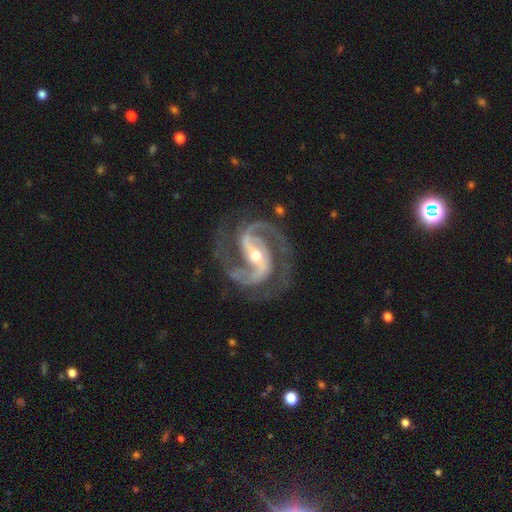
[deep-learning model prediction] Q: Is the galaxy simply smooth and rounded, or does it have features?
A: featured or disk — 94%.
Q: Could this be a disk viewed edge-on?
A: no — 98%.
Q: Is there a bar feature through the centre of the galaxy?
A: strong — 54%.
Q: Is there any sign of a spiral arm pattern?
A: yes — 99%.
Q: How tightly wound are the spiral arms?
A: medium — 63%.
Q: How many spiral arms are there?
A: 2 — 90%.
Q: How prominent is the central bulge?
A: small — 55%.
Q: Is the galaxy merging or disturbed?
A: none — 80%.